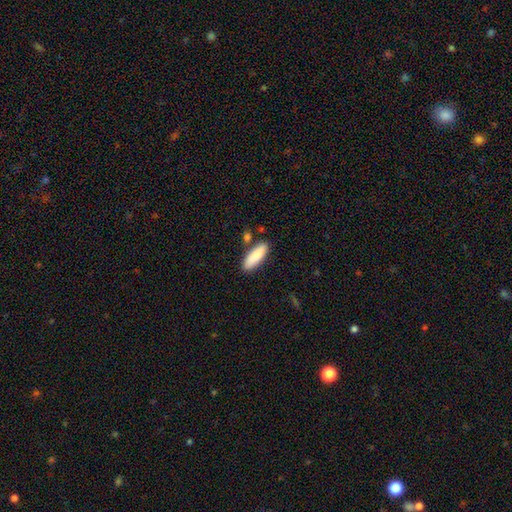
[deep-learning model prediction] Overall: smooth (86%). How rounded: in between (52%; cigar-shaped 46%). Merging: none (81%).